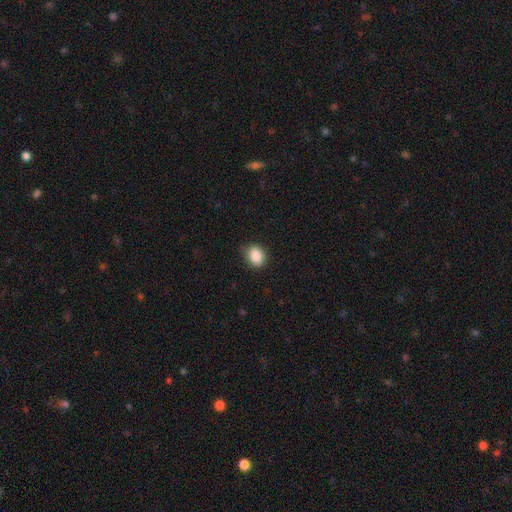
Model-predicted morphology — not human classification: This appears to be a smooth galaxy with no disk features (88%) that is in between round and cigar-shaped (50%). Merging: none (82%).